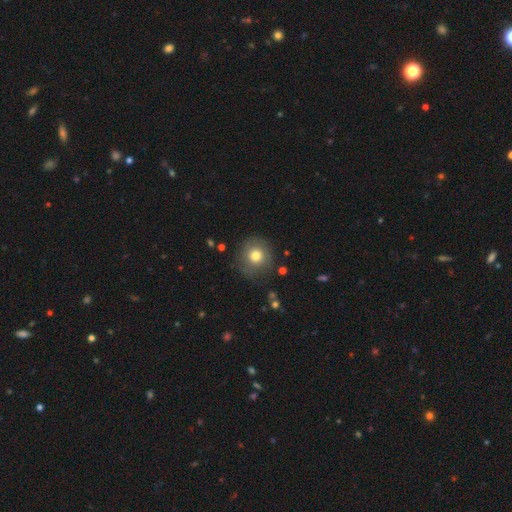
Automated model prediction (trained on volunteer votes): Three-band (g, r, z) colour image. It shows a smooth galaxy with no disk features (76%) that is round (91%). Merging: none (81%).